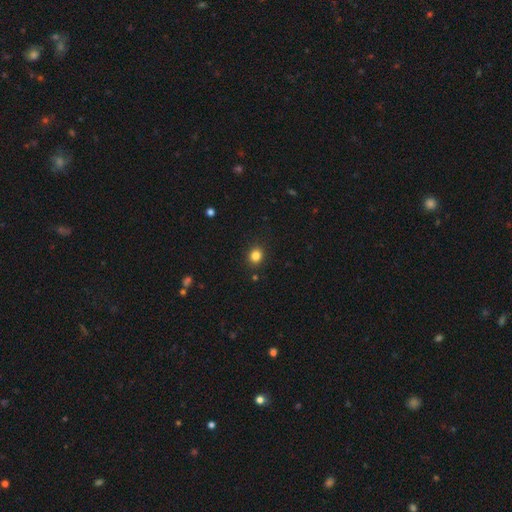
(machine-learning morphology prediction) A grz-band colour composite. It shows a smooth galaxy with no disk features (84%) that is round (74%). Merging: none (90%).